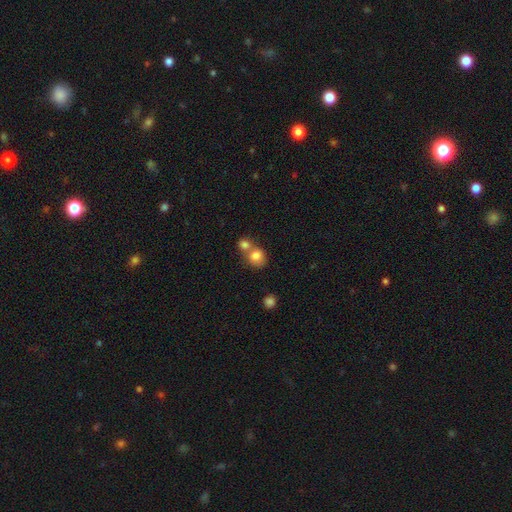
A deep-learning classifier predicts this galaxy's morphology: This is clearly a smooth galaxy (81%). How rounded: likely round (77%). Merging: possibly merger (52%).